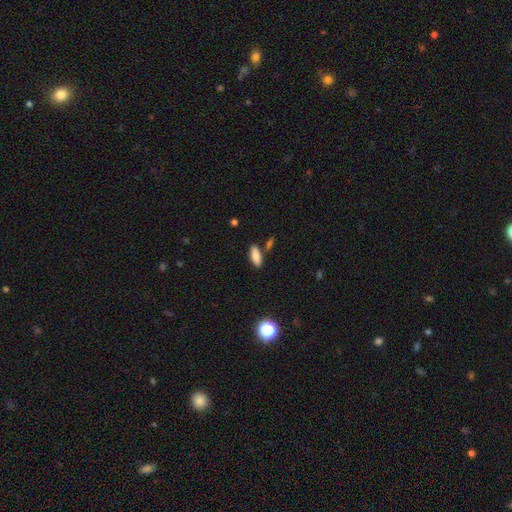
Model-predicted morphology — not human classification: smooth-or-featured: smooth: 81% | featured or disk: 10% | star or artifact: 8%
  how-rounded: in between: 71% | cigar-shaped: 26% | round: 3%
  merging: none: 79% | minor disturbance: 11% | merger: 7% | major disturbance: 3%